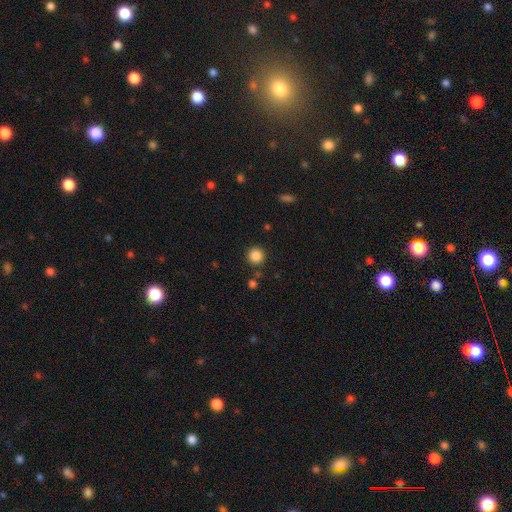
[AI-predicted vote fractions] smooth 86%, star or artifact 10%, featured or disk 3%. Down the decision tree: how rounded — round (94%); merging — none (87%).